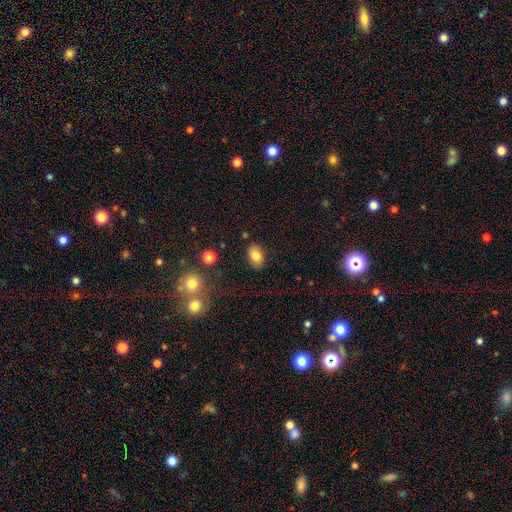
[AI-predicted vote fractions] Smooth or featured? Predicted: smooth (p=0.81). How rounded? Predicted: in between (p=0.86). Merging? Predicted: none (p=0.85).